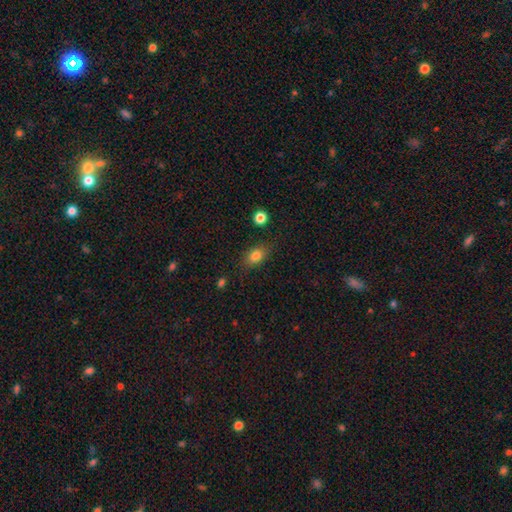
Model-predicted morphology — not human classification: Smooth or featured? Predicted: smooth (p=0.80). How rounded? Predicted: in between (p=0.77). Merging? Predicted: none (p=0.80).